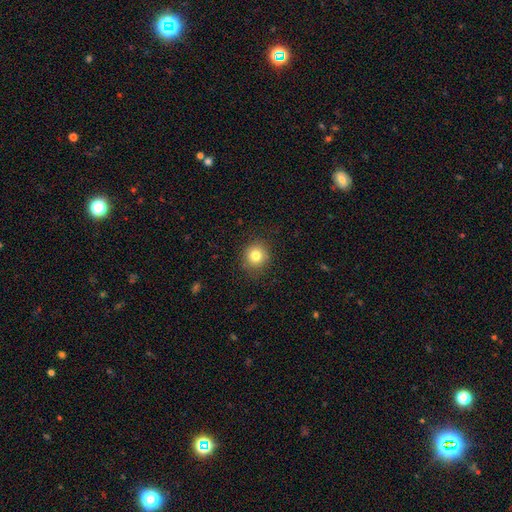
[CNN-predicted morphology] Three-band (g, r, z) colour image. It shows a smooth galaxy with no disk features (80%) that is round (89%). Merging: none (87%).